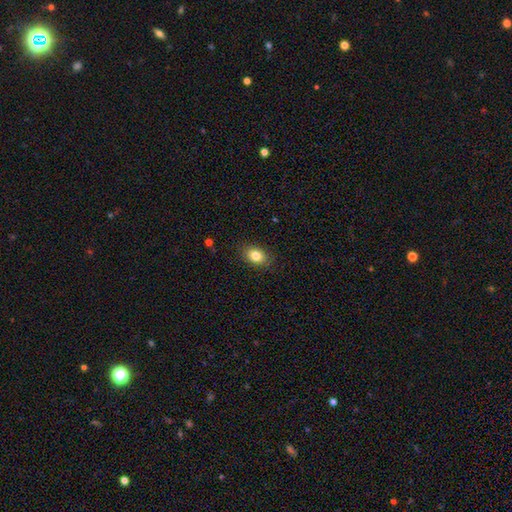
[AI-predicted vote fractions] Q: Smooth or featured?
A: smooth (83%); runner-up: star or artifact (9%)
Q: How rounded?
A: in between (78%); runner-up: round (20%)
Q: Merging?
A: none (87%); runner-up: minor disturbance (10%)